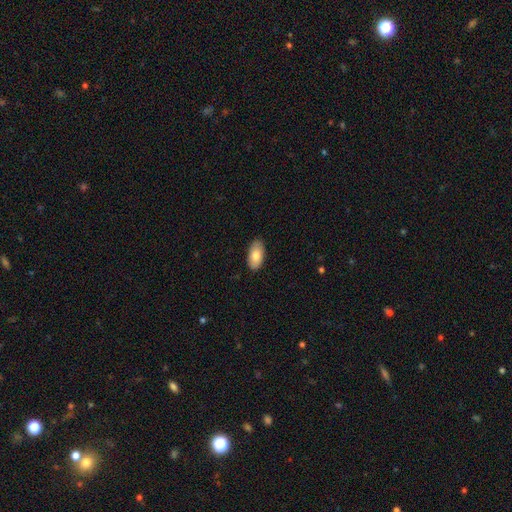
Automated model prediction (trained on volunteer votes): Overall: smooth (82%). How rounded: in between (94%). Merging: none (87%).